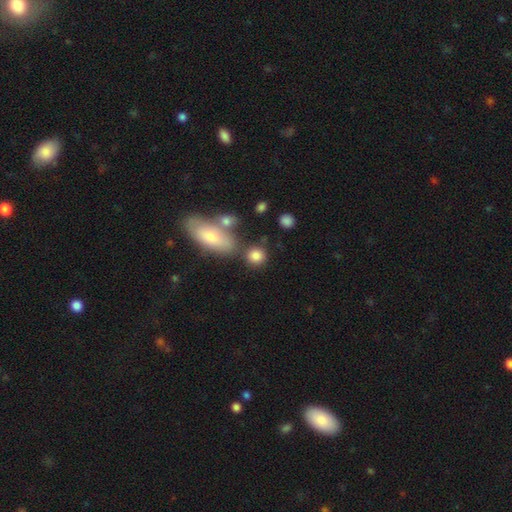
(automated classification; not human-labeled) This is clearly a smooth galaxy (84%). How rounded: likely round (79%). Merging: likely none (68%).